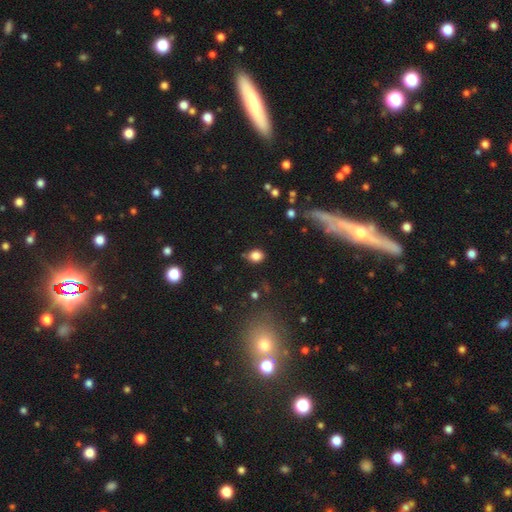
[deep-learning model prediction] The model was most divided on "how rounded": in between: 50%, round: 49%, cigar-shaped: 1%. More confident: smooth or featured — smooth (82%); merging — none (78%).